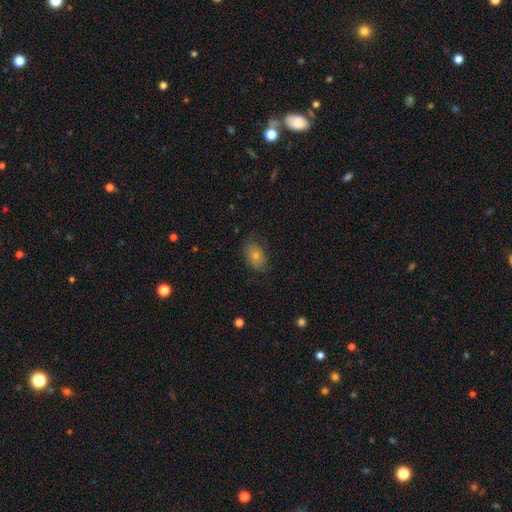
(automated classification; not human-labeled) Smooth or featured?
  - smooth: 76% *
  - featured or disk: 15%
  - star or artifact: 8%
How rounded?
  - in between: 85% *
  - round: 13%
  - cigar-shaped: 1%
Merging?
  - none: 70% *
  - minor disturbance: 23%
  - major disturbance: 6%
  - merger: 1%